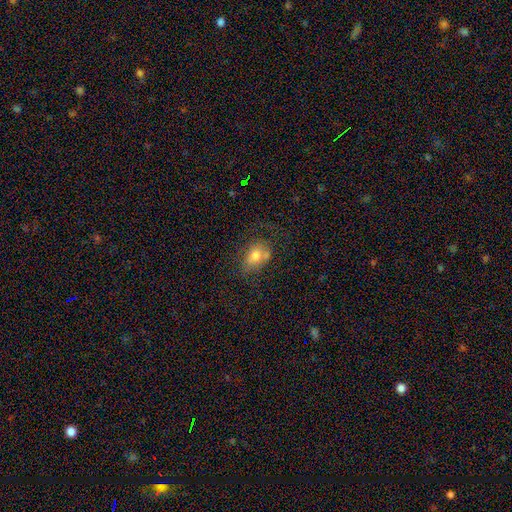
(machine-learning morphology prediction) This is likely a smooth galaxy (68%). How rounded: likely in between (70%). Merging: possibly none (47%).